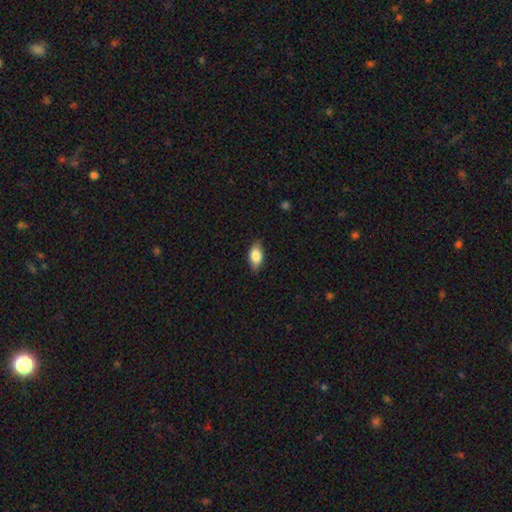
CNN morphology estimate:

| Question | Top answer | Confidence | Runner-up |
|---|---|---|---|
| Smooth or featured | smooth | 82% | featured or disk (11%) |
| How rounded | in between | 89% | cigar-shaped (6%) |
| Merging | none | 82% | minor disturbance (15%) |